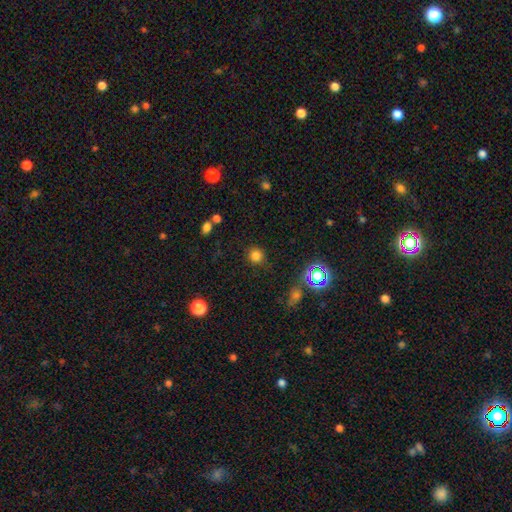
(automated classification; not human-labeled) Morphology: type=smooth (78%); roundness=round (90%); merging=none (85%).